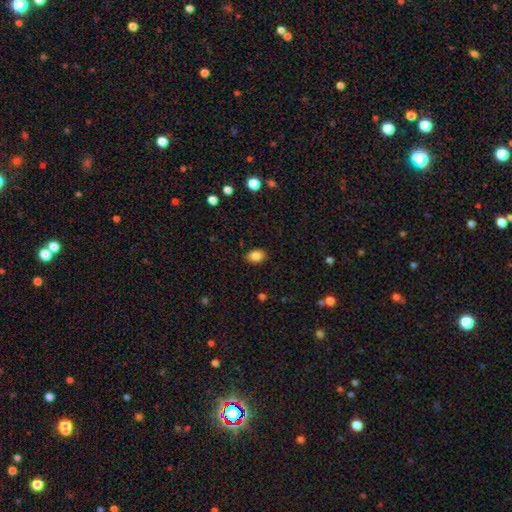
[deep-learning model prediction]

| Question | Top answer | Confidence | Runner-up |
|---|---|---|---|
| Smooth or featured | smooth | 85% | star or artifact (9%) |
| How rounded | in between | 77% | round (22%) |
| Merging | none | 88% | minor disturbance (9%) |